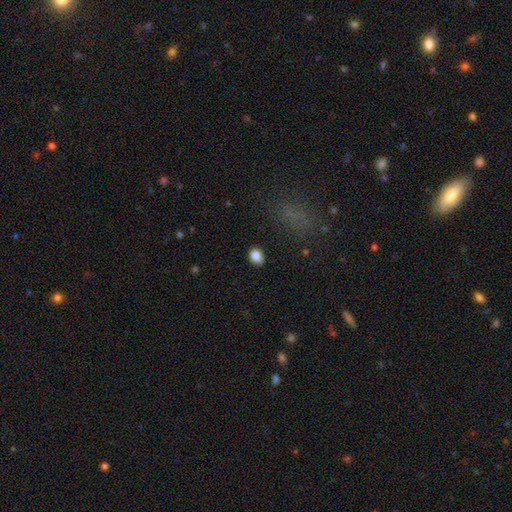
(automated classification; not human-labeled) smooth-or-featured: smooth: 85% | star or artifact: 9% | featured or disk: 6%
  how-rounded: in between: 72% | round: 27% | cigar-shaped: 1%
  merging: none: 87% | minor disturbance: 9% | major disturbance: 2% | merger: 1%